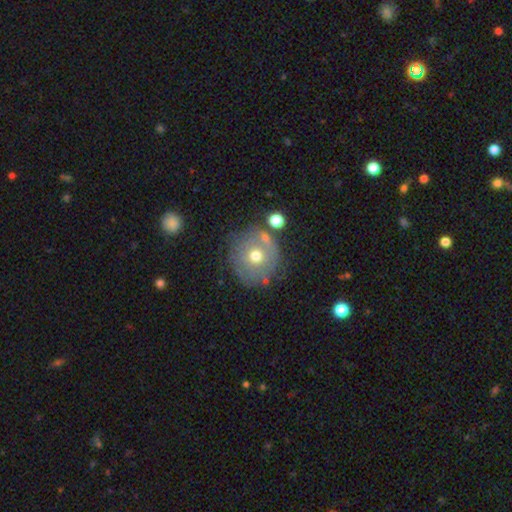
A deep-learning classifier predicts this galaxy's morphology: smooth 50%, featured or disk 39%, star or artifact 11%. Down the decision tree: how rounded — round (90%); merging — none (65%).